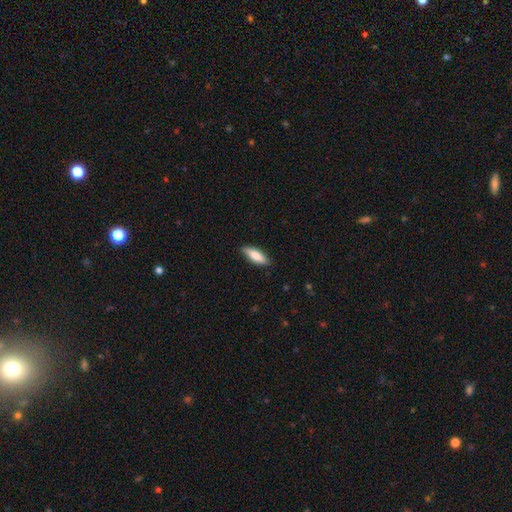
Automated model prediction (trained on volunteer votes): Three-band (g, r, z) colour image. It shows a smooth galaxy with no disk features (79%) that is in between round and cigar-shaped (52%). Merging: none (85%).